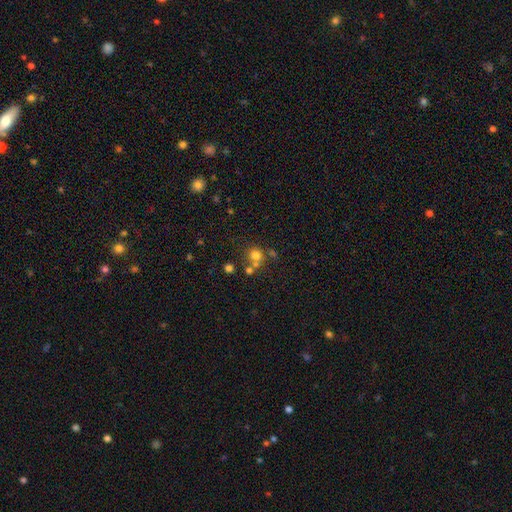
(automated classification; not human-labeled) The model was most divided on "merging": none: 55%, merger: 33%, minor disturbance: 8%, major disturbance: 4%. More confident: how rounded — round (87%); smooth or featured — smooth (71%).